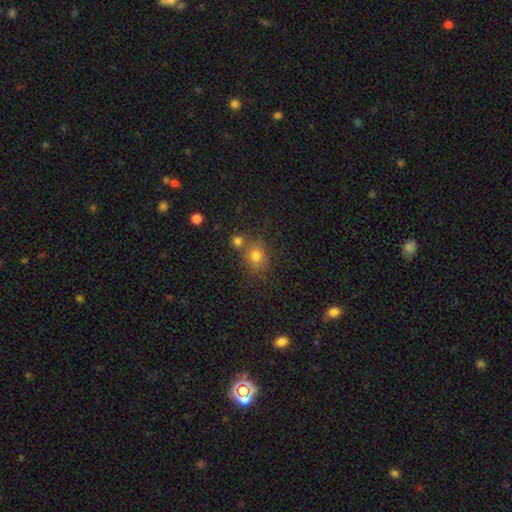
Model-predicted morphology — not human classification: Smooth or featured? smooth (77%)
How rounded? round (69%)
Merging? none (59%)